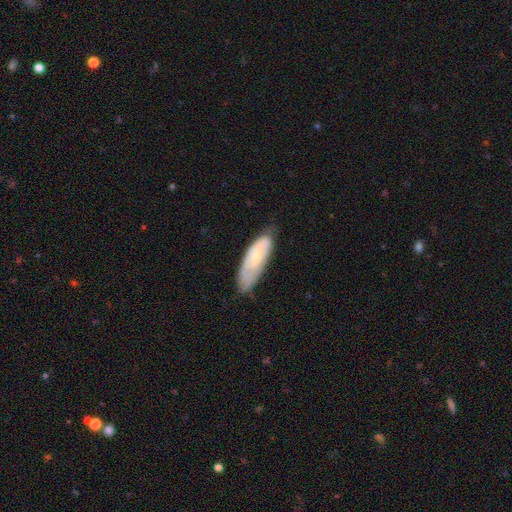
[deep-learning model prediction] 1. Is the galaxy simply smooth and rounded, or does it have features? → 59% smooth, 34% featured or disk, 7% star or artifact.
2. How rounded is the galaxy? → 59% in between, 39% cigar-shaped, 2% round.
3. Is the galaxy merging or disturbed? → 60% none, 30% minor disturbance, 8% major disturbance, 2% merger.